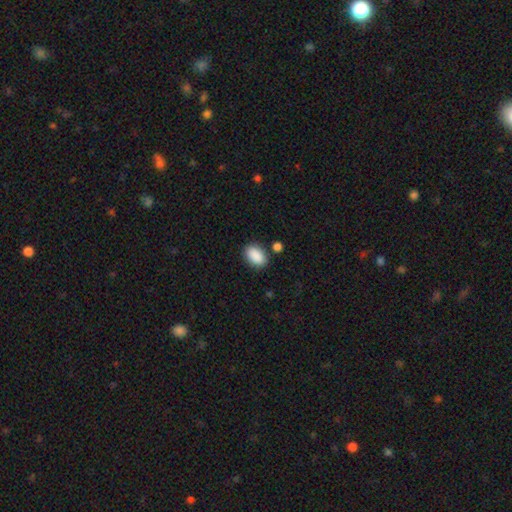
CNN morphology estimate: This appears to be a smooth galaxy with no disk features (89%) that is in between round and cigar-shaped (87%). Merging: none (81%).